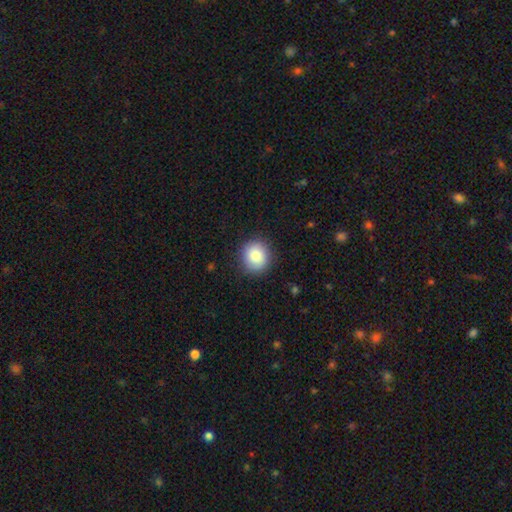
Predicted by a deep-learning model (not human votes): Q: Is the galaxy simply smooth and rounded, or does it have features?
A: smooth — 86%.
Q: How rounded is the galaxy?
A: round — 86%.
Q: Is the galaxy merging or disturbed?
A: none — 89%.